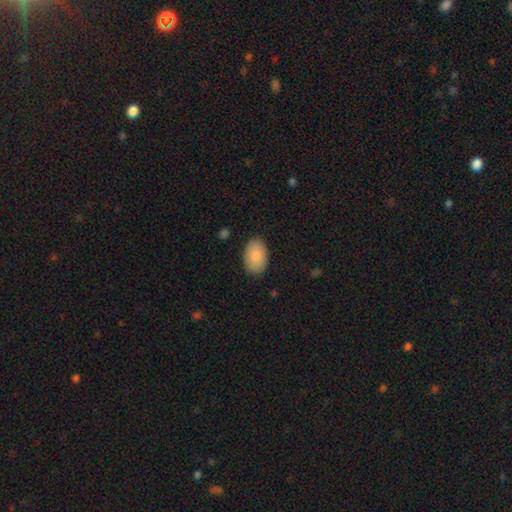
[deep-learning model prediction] Smooth or featured? Predicted: smooth (p=0.84). How rounded? Predicted: in between (p=0.91). Merging? Predicted: none (p=0.86).